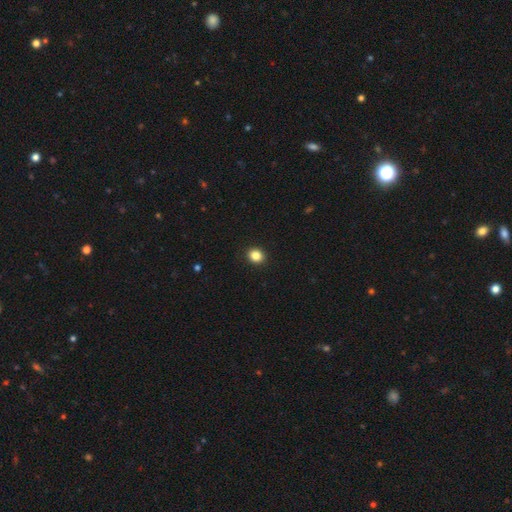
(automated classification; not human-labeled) smooth 85%, star or artifact 11%, featured or disk 4%. Down the decision tree: how rounded — round (70%); merging — none (92%).